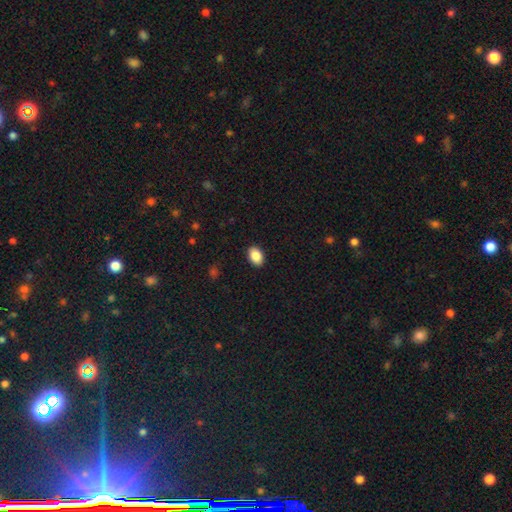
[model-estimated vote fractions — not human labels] Smooth or featured? smooth (88%)
How rounded? in between (85%)
Merging? none (90%)